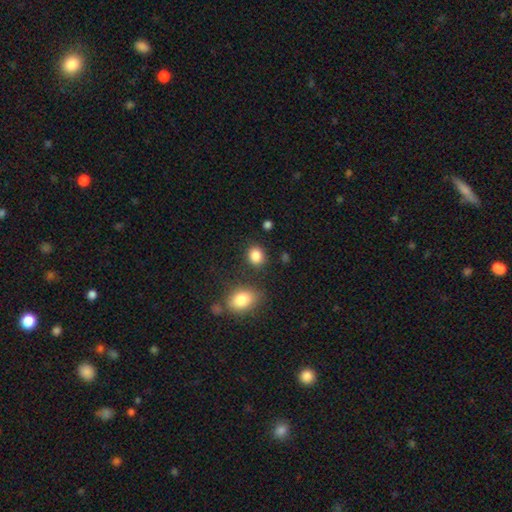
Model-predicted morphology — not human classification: Smooth or featured: smooth — 86% (star or artifact — 10%)
How rounded: round — 60% (in between — 39%)
Merging: none — 82% (minor disturbance — 10%)